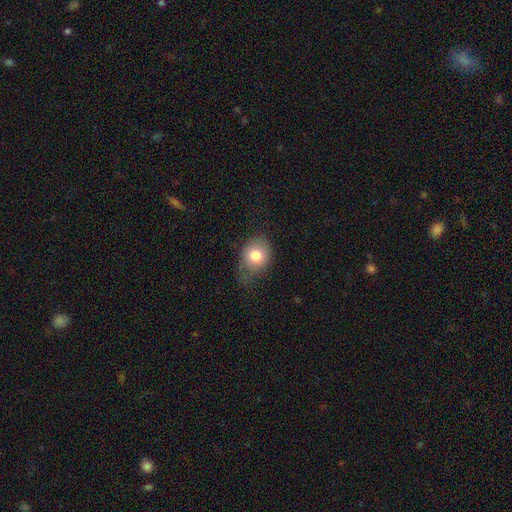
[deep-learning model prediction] Smooth or featured?
  - smooth: 79% *
  - featured or disk: 12%
  - star or artifact: 9%
How rounded?
  - in between: 54% *
  - round: 45%
  - cigar-shaped: 1%
Merging?
  - none: 50% *
  - minor disturbance: 34%
  - major disturbance: 14%
  - merger: 2%